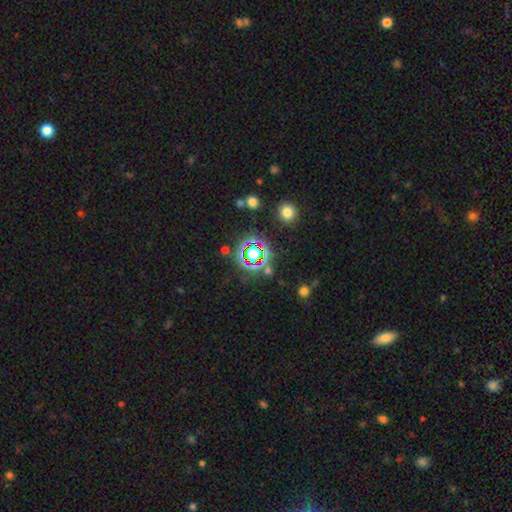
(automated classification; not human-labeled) Morphology: type=star or artifact (65%).